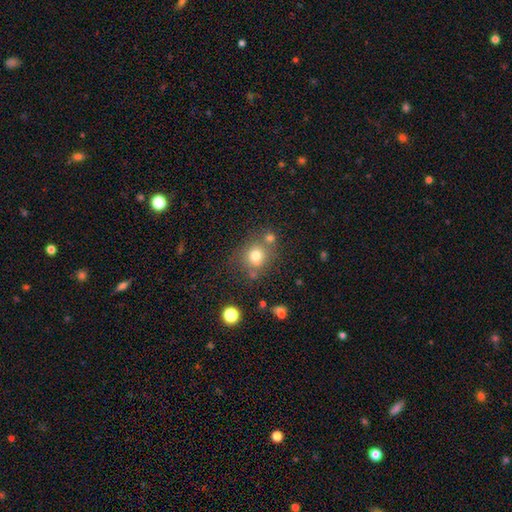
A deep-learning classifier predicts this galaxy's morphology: Smooth or featured? smooth (75%)
How rounded? round (82%)
Merging? none (63%)